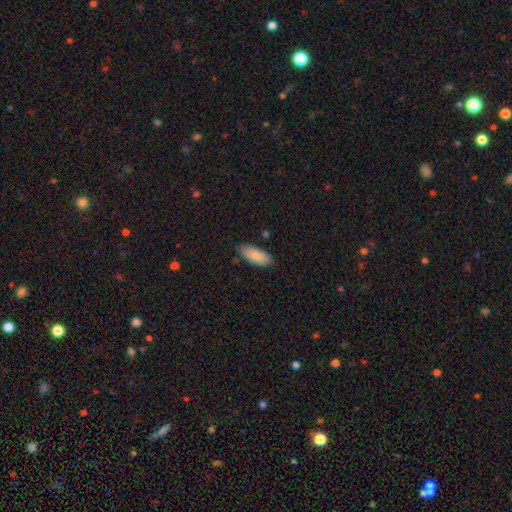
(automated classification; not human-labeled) A smooth galaxy with no disk features (87%) that is in between round and cigar-shaped (84%). Merging: none (79%).